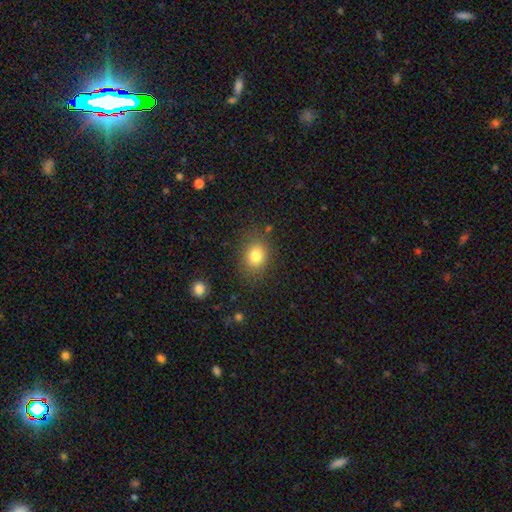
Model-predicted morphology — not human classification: Smooth or featured?
  - smooth: 80% *
  - star or artifact: 11%
  - featured or disk: 8%
How rounded?
  - round: 51% *
  - in between: 48%
  - cigar-shaped: 1%
Merging?
  - none: 81% *
  - minor disturbance: 12%
  - major disturbance: 4%
  - merger: 2%